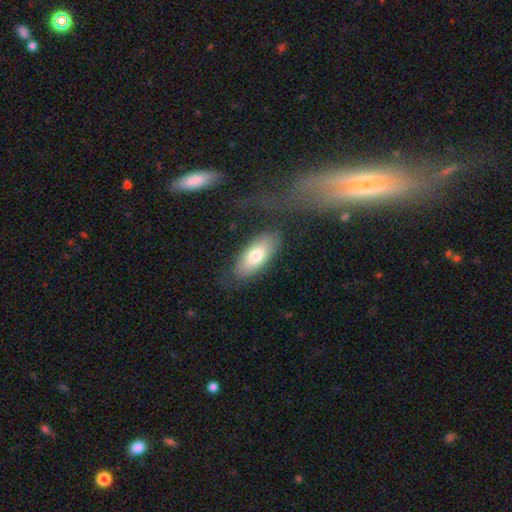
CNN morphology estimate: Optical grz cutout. It shows a smooth galaxy with no disk features (68%) that is in between round and cigar-shaped (87%). Merging: none (68%).